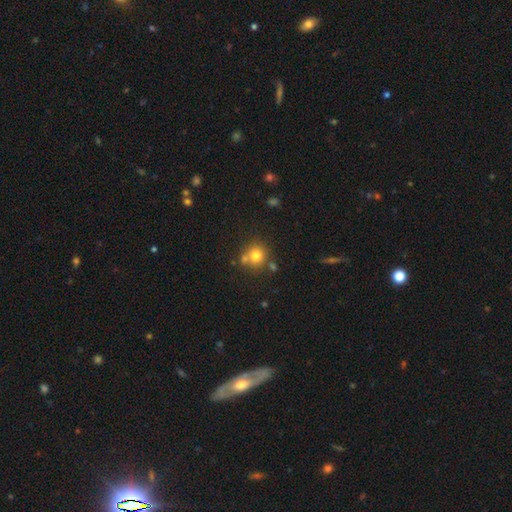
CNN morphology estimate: Smooth or featured? smooth (76%)
How rounded? round (88%)
Merging? none (66%)